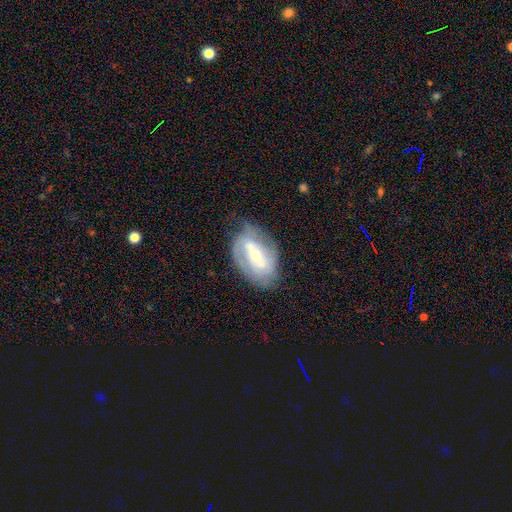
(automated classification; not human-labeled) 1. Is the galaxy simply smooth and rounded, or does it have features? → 75% featured or disk, 18% smooth, 6% star or artifact.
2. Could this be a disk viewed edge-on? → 94% no, 6% yes.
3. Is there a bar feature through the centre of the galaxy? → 49% strong, 36% weak, 15% no.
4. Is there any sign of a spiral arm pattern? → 82% yes, 18% no.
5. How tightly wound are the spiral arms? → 44% tight, 39% medium, 17% loose.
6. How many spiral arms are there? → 64% 2, 21% can't tell, 6% 1, 6% 3, 2% 4, 1% more than 4.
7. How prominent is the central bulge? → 49% small, 46% moderate, 3% large, 1% none, 1% dominant.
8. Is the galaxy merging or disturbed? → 62% none, 25% minor disturbance, 11% major disturbance, 2% merger.